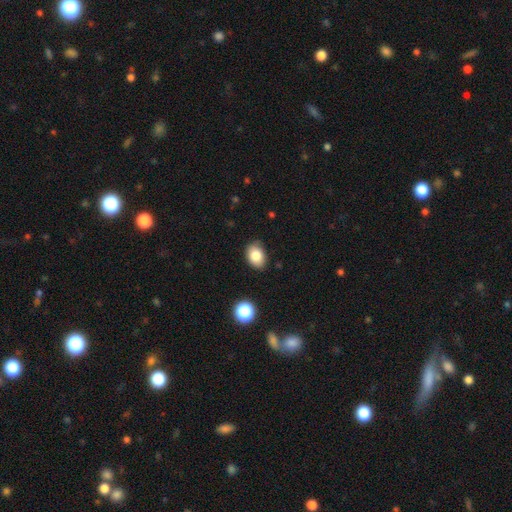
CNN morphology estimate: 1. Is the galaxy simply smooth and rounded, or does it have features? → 83% smooth, 9% star or artifact, 7% featured or disk.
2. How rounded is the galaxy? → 76% in between, 23% round, 1% cigar-shaped.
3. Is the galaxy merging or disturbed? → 83% none, 13% minor disturbance, 2% major disturbance, 1% merger.